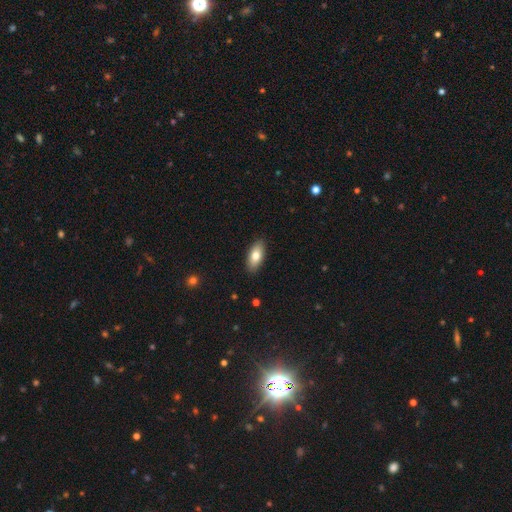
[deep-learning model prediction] This appears to be a smooth galaxy with no disk features (77%) that is in between round and cigar-shaped (88%). Merging: none (89%).